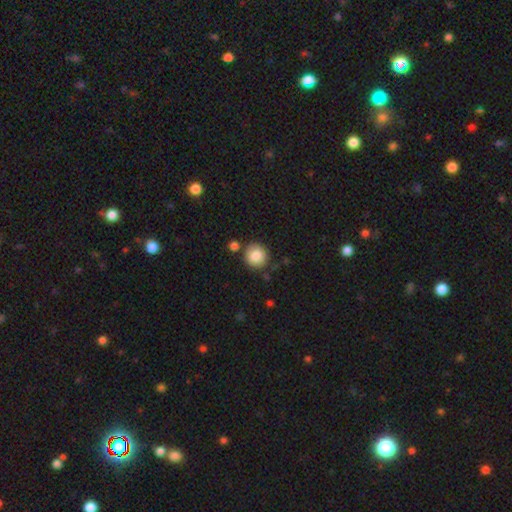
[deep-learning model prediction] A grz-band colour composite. It shows a smooth galaxy with no disk features (86%) that is round (91%). Merging: none (82%).